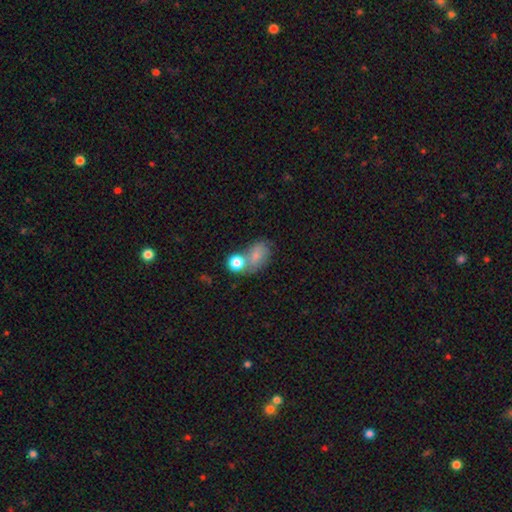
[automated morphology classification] The model was most divided on "merging": merger: 41%, none: 35%, minor disturbance: 15%, major disturbance: 9%. More confident: smooth or featured — smooth (73%); how rounded — in between (67%).